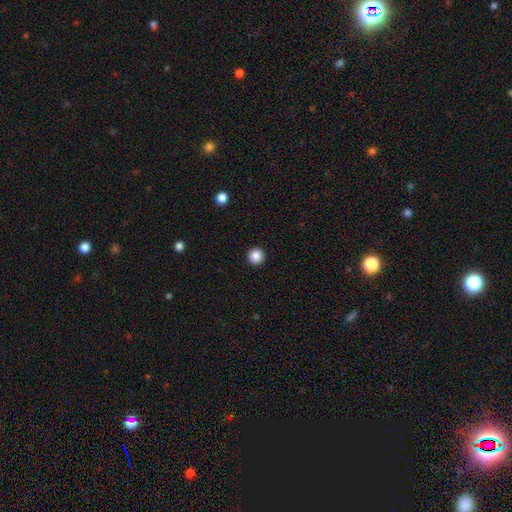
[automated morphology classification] This is clearly a smooth galaxy (87%). How rounded: clearly round (96%). Merging: clearly none (94%).